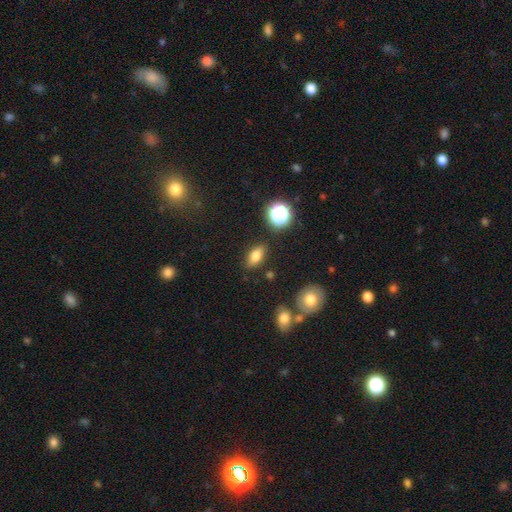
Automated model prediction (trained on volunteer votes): This appears to be a smooth galaxy with no disk features (74%) that is in between round and cigar-shaped (79%). Merging: none (84%).